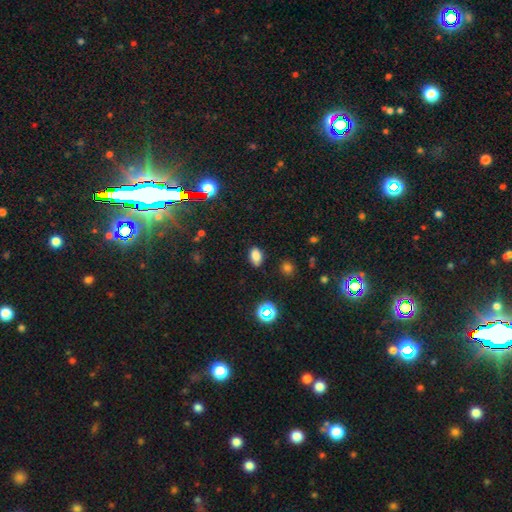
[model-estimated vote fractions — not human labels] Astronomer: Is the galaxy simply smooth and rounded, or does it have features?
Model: smooth — 80%.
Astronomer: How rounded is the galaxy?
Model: in between — 87%.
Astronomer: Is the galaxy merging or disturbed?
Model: none — 84%.